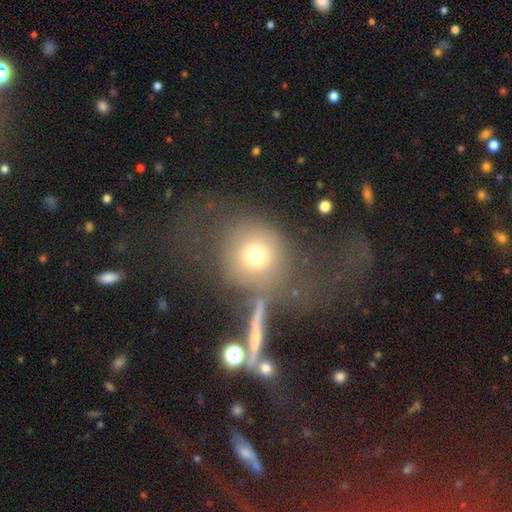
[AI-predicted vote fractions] Q: Smooth or featured?
A: smooth (68%); runner-up: featured or disk (18%)
Q: How rounded?
A: round (87%); runner-up: in between (11%)
Q: Merging?
A: none (54%); runner-up: major disturbance (19%)